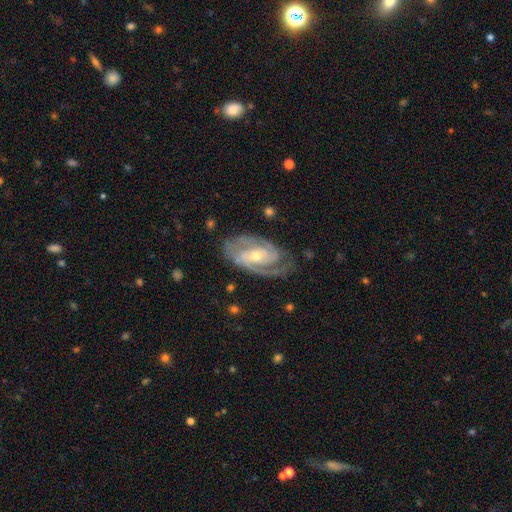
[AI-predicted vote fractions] smooth_or_featured: featured or disk (p=0.90) [alt: smooth p=0.06]
disk_edge_on: no (p=0.96) [alt: yes p=0.04]
bar: no (p=0.46) [alt: weak p=0.37]
has_spiral_arms: yes (p=0.97) [alt: no p=0.03]
spiral_winding: tight (p=0.56) [alt: medium p=0.37]
spiral_arm_count: 2 (p=0.72) [alt: 3 p=0.13]
bulge_size: moderate (p=0.51) [alt: small p=0.45]
merging: none (p=0.75) [alt: minor disturbance p=0.18]